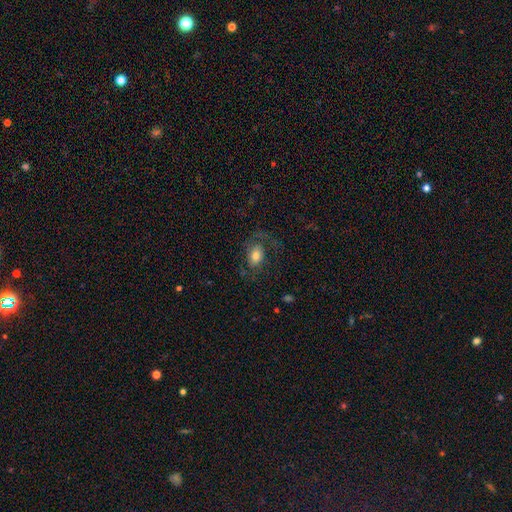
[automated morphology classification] Smooth or featured: smooth — 61% (featured or disk — 30%)
How rounded: in between — 77% (round — 21%)
Merging: none — 52% (major disturbance — 28%)